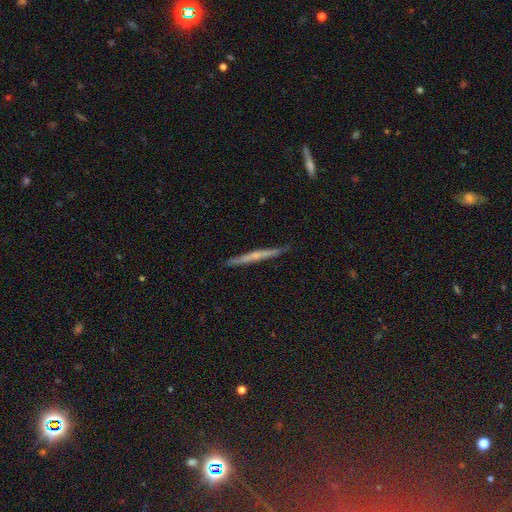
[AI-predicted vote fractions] This appears to be a featured or disk galaxy (63%) viewed edge-on (97%) with no central bulge (49%). Merging: none (87%).